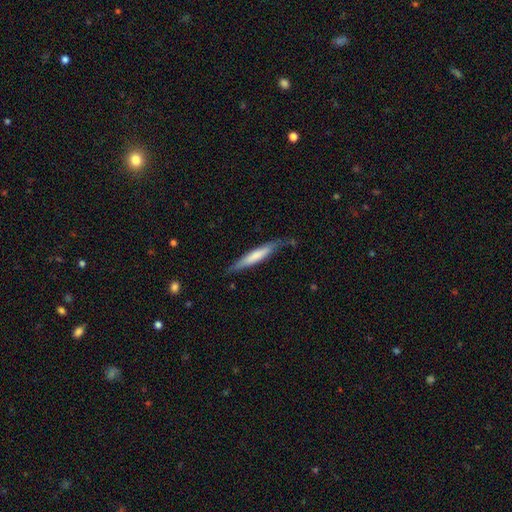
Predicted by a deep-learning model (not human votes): smooth_or_featured: smooth (p=0.62) [alt: featured or disk p=0.33]
how_rounded: cigar-shaped (p=0.92) [alt: in between p=0.07]
merging: none (p=0.73) [alt: minor disturbance p=0.21]